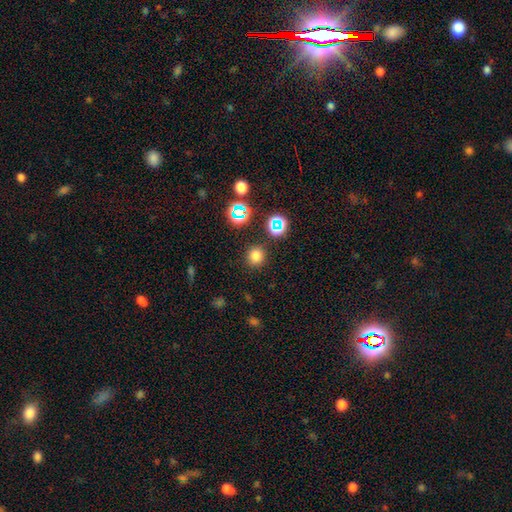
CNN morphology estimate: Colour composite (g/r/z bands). It shows a smooth galaxy with no disk features (74%) that is round (91%). Merging: none (88%).